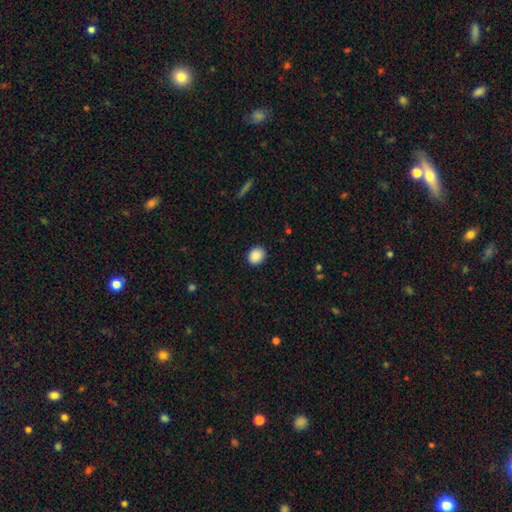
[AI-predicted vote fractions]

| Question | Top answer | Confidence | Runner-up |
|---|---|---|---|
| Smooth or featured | smooth | 89% | star or artifact (8%) |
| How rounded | round | 73% | in between (26%) |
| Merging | none | 91% | minor disturbance (6%) |